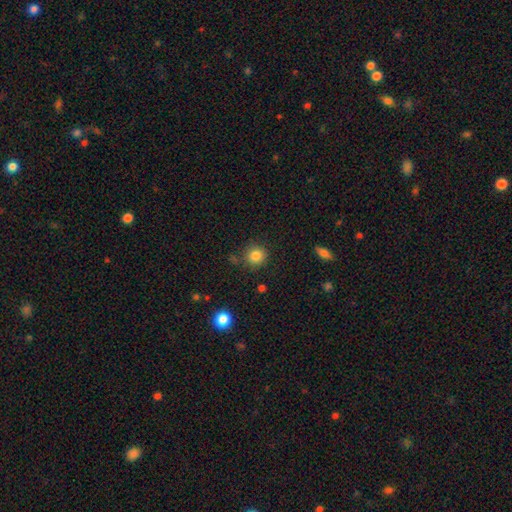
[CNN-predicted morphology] Smooth or featured: smooth — 84% (star or artifact — 11%)
How rounded: round — 91% (in between — 8%)
Merging: none — 82% (minor disturbance — 11%)